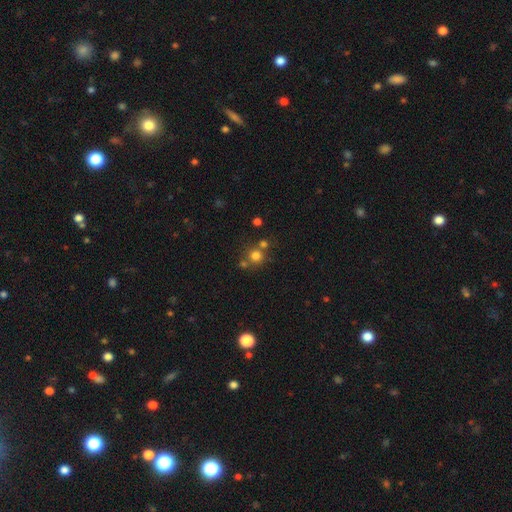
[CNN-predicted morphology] Smooth or featured? smooth (75%)
How rounded? round (90%)
Merging? none (63%)